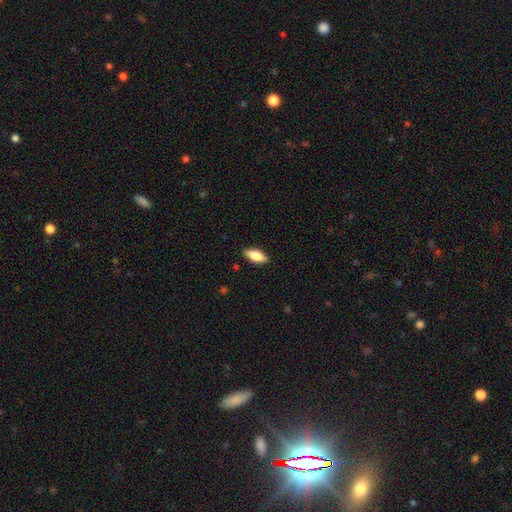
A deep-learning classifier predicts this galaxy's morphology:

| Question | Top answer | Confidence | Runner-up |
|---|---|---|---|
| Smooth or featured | smooth | 69% | featured or disk (25%) |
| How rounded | in between | 78% | cigar-shaped (19%) |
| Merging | none | 88% | minor disturbance (9%) |